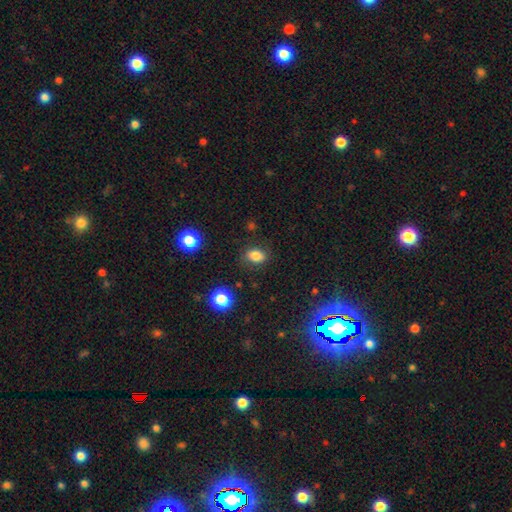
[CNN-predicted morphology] Smooth or featured?
  - smooth: 82% *
  - star or artifact: 11%
  - featured or disk: 7%
How rounded?
  - in between: 73% *
  - round: 26%
  - cigar-shaped: 1%
Merging?
  - none: 82% *
  - minor disturbance: 13%
  - major disturbance: 4%
  - merger: 2%